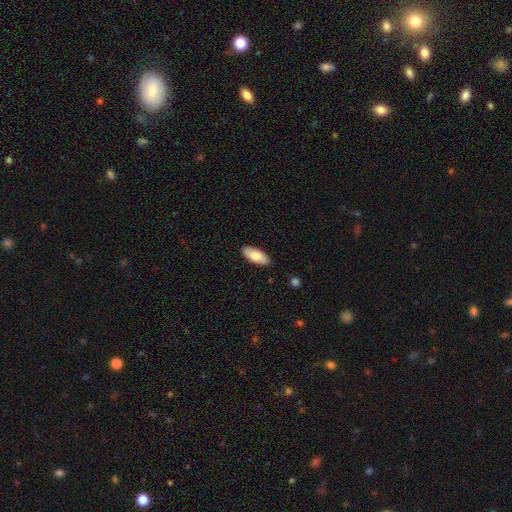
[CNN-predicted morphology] Smooth or featured: smooth — 77% (featured or disk — 17%)
How rounded: in between — 88% (cigar-shaped — 10%)
Merging: none — 89% (minor disturbance — 9%)